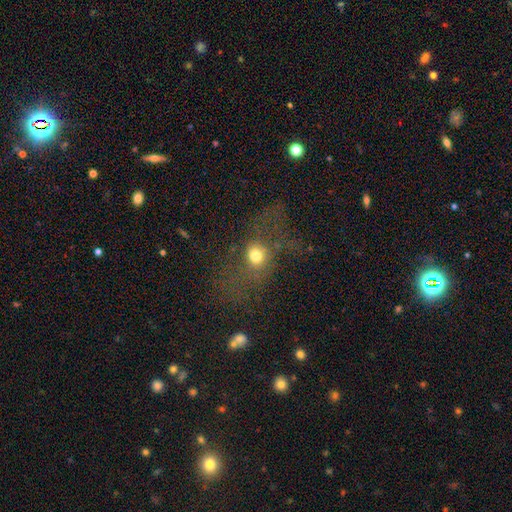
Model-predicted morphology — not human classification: A smooth galaxy with no disk features (62%) that is round (59%).

Vote fractions:
- Smooth or featured? smooth: 62% / featured or disk: 20% / star or artifact: 18%
- How rounded? round: 59% / in between: 37% / cigar-shaped: 4%
- Merging? none: 40% / major disturbance: 38% / minor disturbance: 17% / merger: 5%